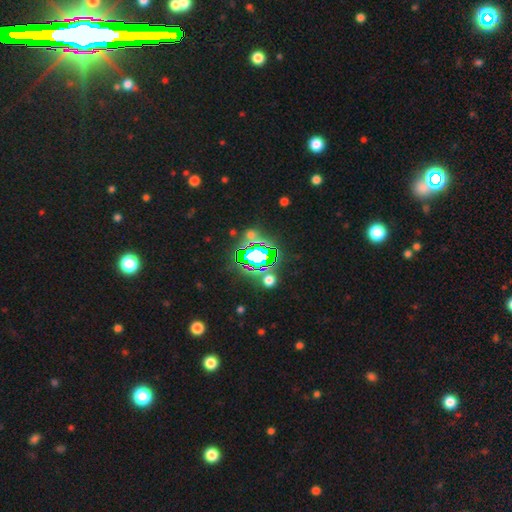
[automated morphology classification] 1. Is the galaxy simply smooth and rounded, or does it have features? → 72% star or artifact, 16% smooth, 11% featured or disk.